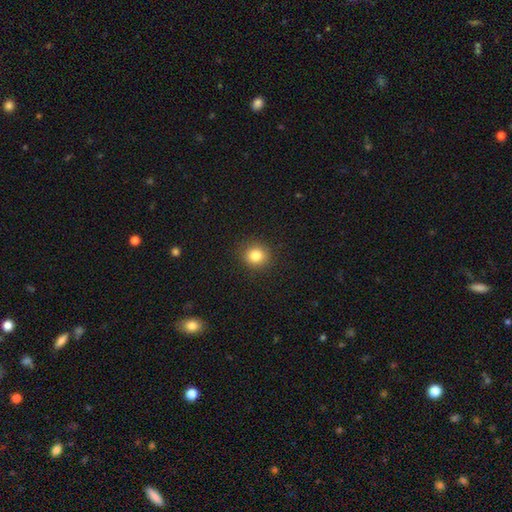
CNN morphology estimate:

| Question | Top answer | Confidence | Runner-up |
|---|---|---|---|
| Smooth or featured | smooth | 83% | star or artifact (11%) |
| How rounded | round | 88% | in between (12%) |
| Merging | none | 91% | minor disturbance (6%) |